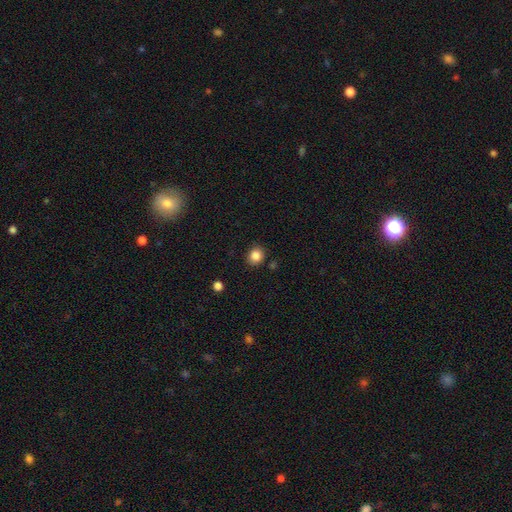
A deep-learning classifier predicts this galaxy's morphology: A smooth galaxy with no disk features (85%) that is round (78%).

Vote fractions:
- Smooth or featured? smooth: 85% / star or artifact: 10% / featured or disk: 4%
- How rounded? round: 78% / in between: 21% / cigar-shaped: 1%
- Merging? none: 87% / minor disturbance: 8% / major disturbance: 2% / merger: 2%